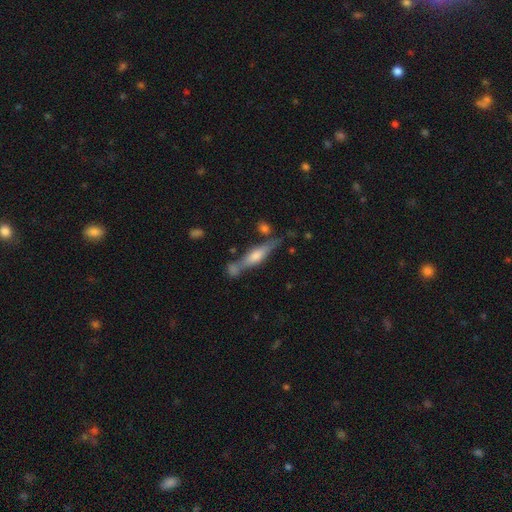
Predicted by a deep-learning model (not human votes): This appears to be a featured or disk galaxy (66%) viewed edge-on (92%) with a rounded central bulge (82%). Merging: none (65%).